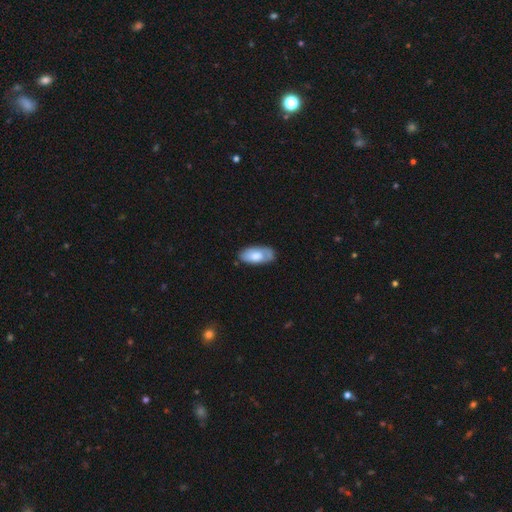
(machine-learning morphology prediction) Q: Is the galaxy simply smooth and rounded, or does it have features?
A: smooth — 70%.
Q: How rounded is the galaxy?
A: in between — 91%.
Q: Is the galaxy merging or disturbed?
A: none — 66%.